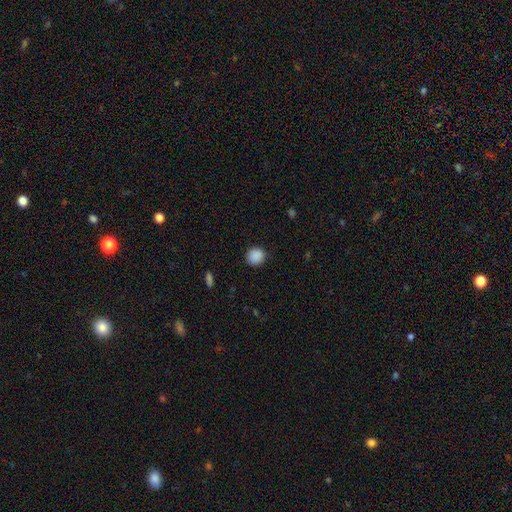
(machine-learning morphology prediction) Smooth or featured?
  - smooth: 89% *
  - star or artifact: 9%
  - featured or disk: 3%
How rounded?
  - round: 89% *
  - in between: 10%
  - cigar-shaped: 1%
Merging?
  - none: 88% *
  - minor disturbance: 9%
  - major disturbance: 2%
  - merger: 1%